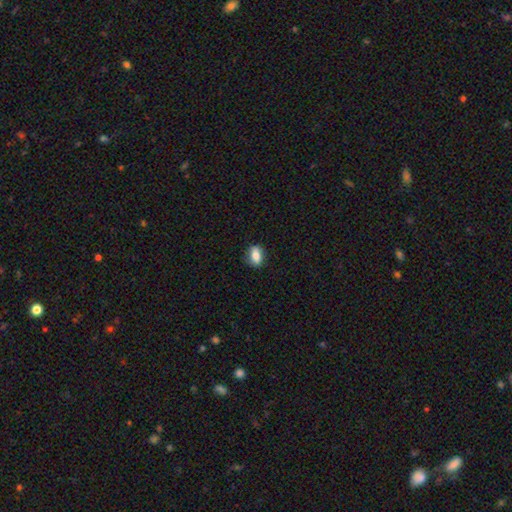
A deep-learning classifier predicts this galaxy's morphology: This is likely a smooth galaxy (79%). How rounded: clearly in between (81%). Merging: clearly none (83%).